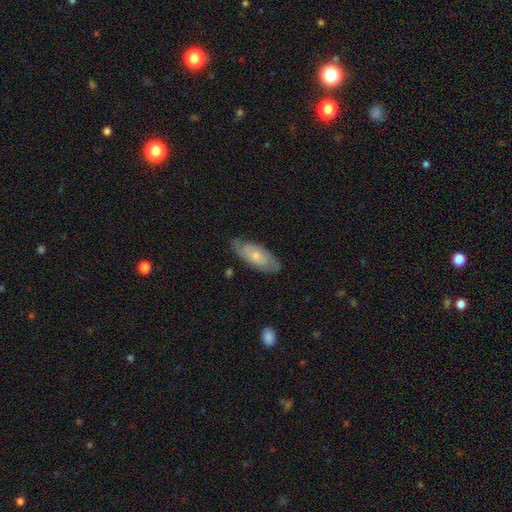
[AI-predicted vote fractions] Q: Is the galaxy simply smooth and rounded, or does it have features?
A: featured or disk — 55%.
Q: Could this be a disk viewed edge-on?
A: no — 87%.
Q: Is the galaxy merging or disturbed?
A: none — 77%.